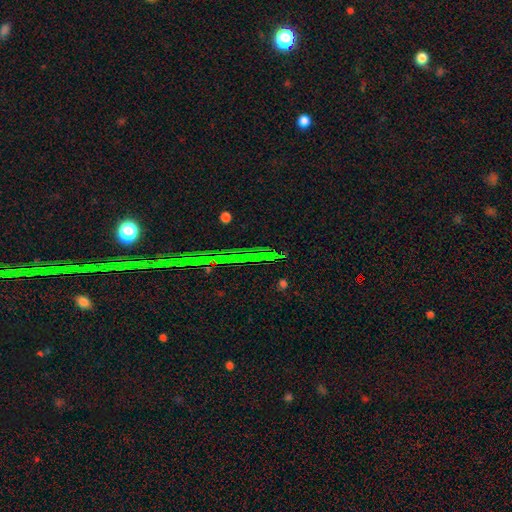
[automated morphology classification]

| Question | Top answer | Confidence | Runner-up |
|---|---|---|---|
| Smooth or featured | star or artifact | 77% | featured or disk (13%) |